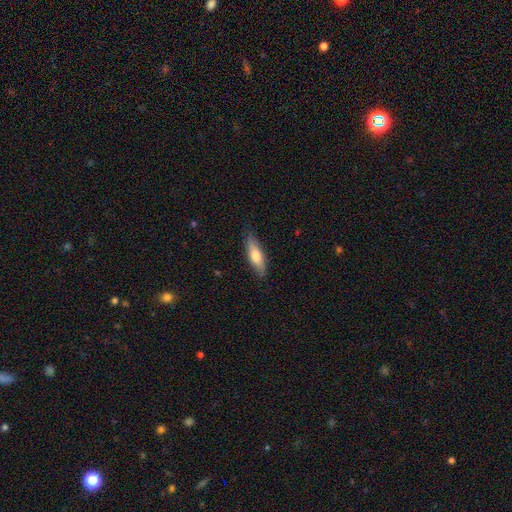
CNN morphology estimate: smooth-or-featured: smooth: 67% | featured or disk: 27% | star or artifact: 6%
  how-rounded: cigar-shaped: 51% | in between: 47% | round: 2%
  merging: none: 85% | minor disturbance: 12% | major disturbance: 2% | merger: 1%